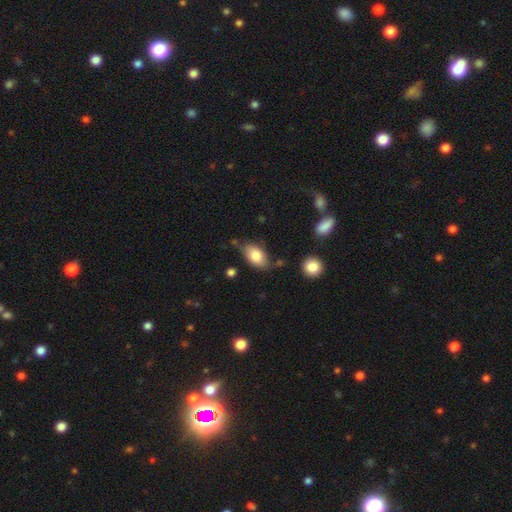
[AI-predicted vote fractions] smooth_or_featured: smooth (p=0.81) [alt: featured or disk p=0.12]
how_rounded: in between (p=0.91) [alt: round p=0.06]
merging: none (p=0.65) [alt: minor disturbance p=0.23]